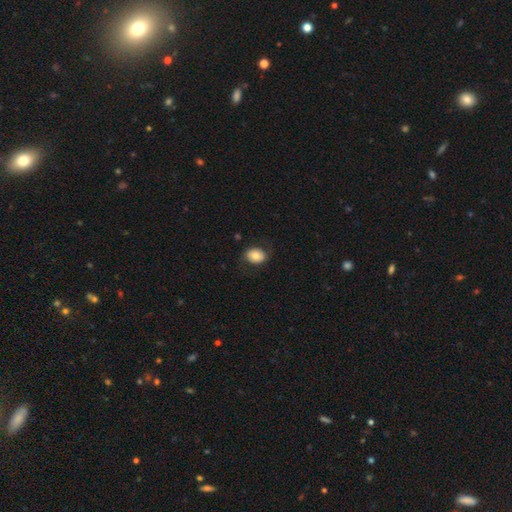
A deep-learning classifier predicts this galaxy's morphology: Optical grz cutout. It shows a smooth galaxy with no disk features (76%) that is in between round and cigar-shaped (59%). Merging: none (78%).